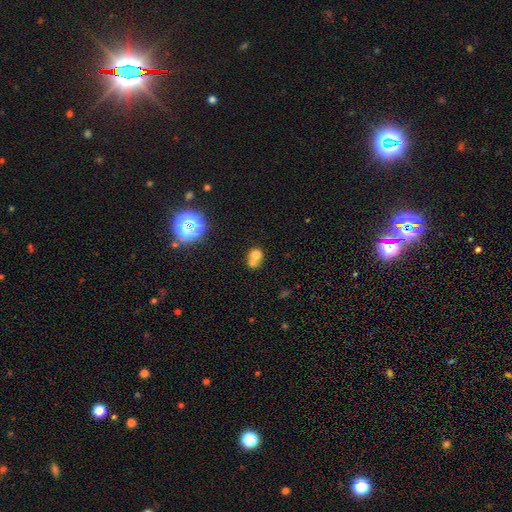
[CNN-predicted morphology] This appears to be a smooth galaxy with no disk features (64%) that is round (63%). Merging: merger (61%).